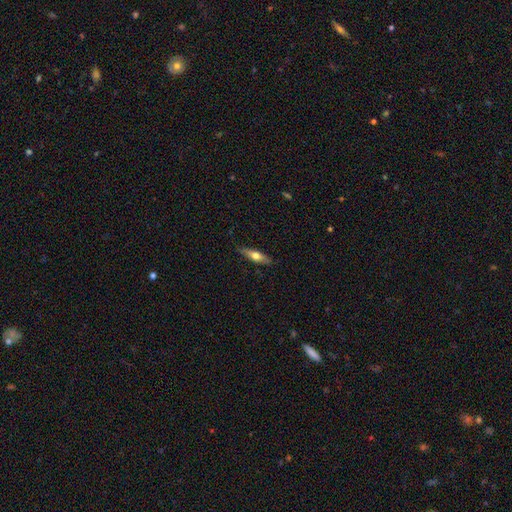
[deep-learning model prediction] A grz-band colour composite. It shows a smooth galaxy with no disk features (49%). Merging: none (85%).